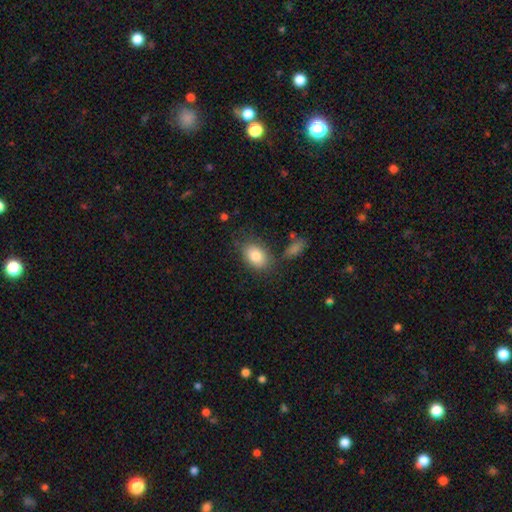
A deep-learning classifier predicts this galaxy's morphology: Smooth or featured? Predicted: smooth (p=0.83). How rounded? Predicted: in between (p=0.82). Merging? Predicted: none (p=0.71).